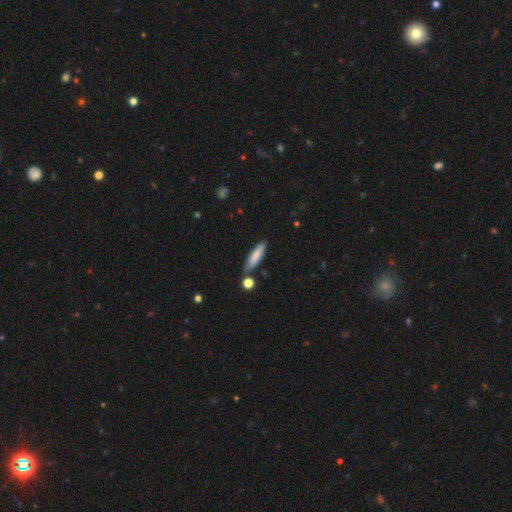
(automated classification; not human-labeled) A smooth galaxy with no disk features (77%) that is cigar-shaped (73%). Merging: none (75%).